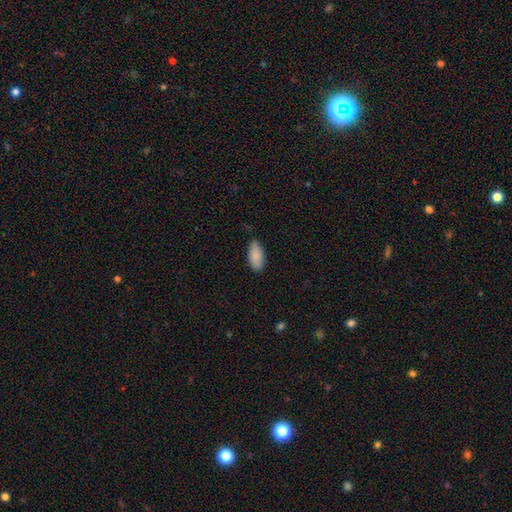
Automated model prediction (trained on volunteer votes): Q: Smooth or featured?
A: smooth (89%); runner-up: star or artifact (6%)
Q: How rounded?
A: in between (92%); runner-up: cigar-shaped (6%)
Q: Merging?
A: none (79%); runner-up: minor disturbance (17%)